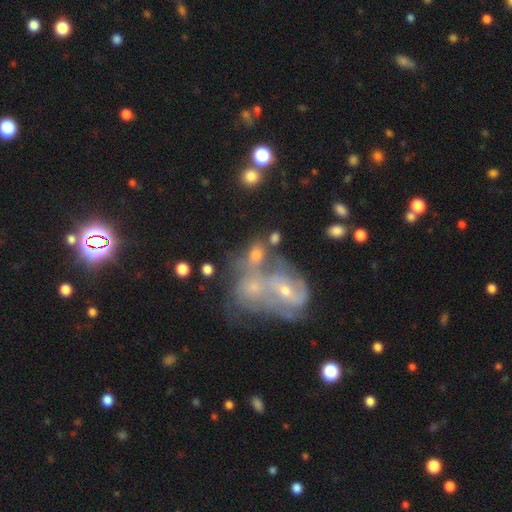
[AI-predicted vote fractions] The model was most divided on "smooth or featured": featured or disk: 52%, smooth: 35%, star or artifact: 13%. More confident: edge-on disk — no (96%); merging — merger (57%).